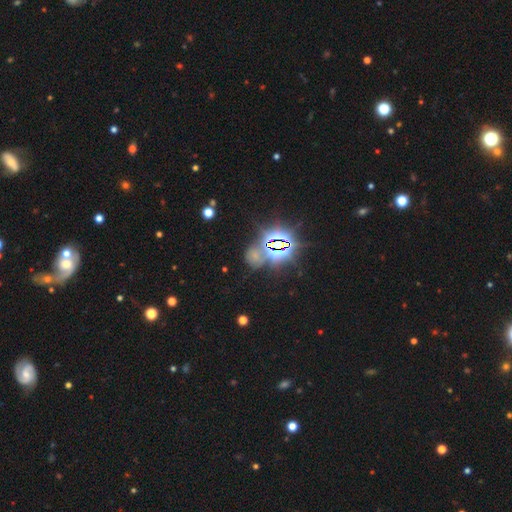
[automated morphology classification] Smooth or featured: star or artifact — 66% (smooth — 24%)